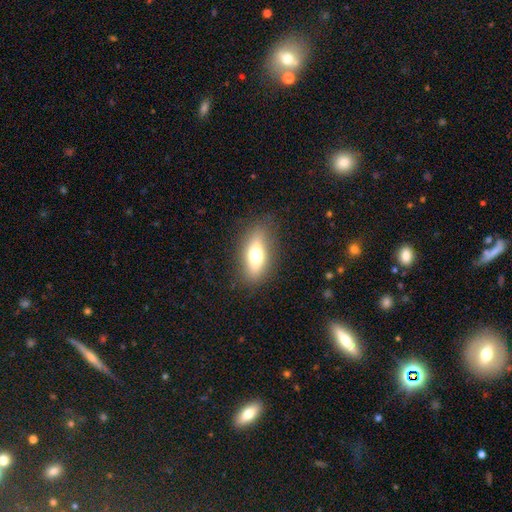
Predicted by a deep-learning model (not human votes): Smooth or featured? smooth (64%)
How rounded? in between (73%)
Merging? none (85%)